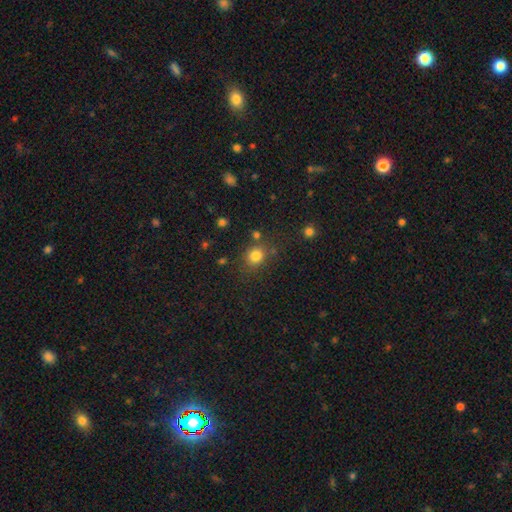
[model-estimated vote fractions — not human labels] This is clearly a smooth galaxy (81%). How rounded: likely round (75%). Merging: likely none (76%).